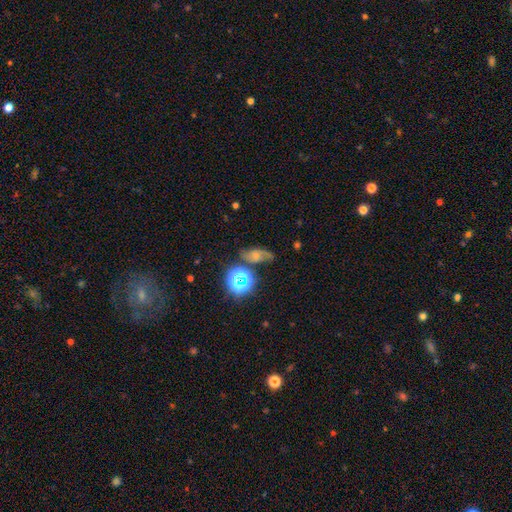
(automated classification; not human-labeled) A featured or disk galaxy (42%). Merging: none (56%).